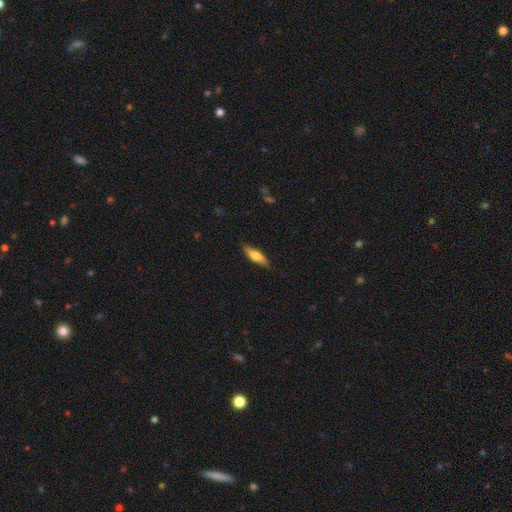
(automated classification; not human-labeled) smooth_or_featured: smooth (p=0.62) [alt: featured or disk p=0.32]
how_rounded: cigar-shaped (p=0.58) [alt: in between p=0.40]
merging: none (p=0.83) [alt: minor disturbance p=0.14]